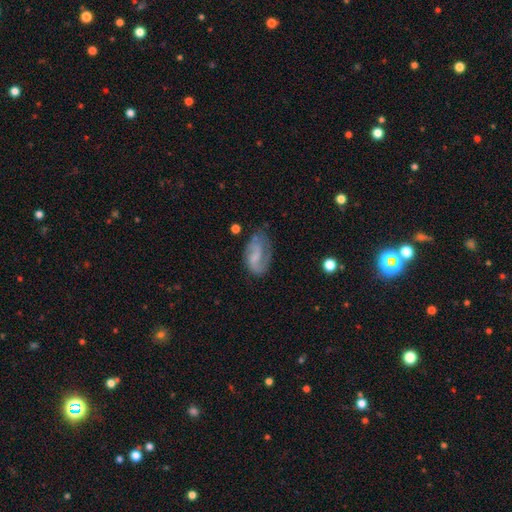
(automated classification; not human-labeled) Overall: featured or disk (63%; smooth 29%). Edge-on disk: no (96%). Bar: no (46%; weak 42%). Spiral arms: yes (87%). Spiral arm count: 2 (64%). Spiral winding: medium (43%; loose 32%). Bulge size: none (45%; small 31%). Merging: none (56%; minor disturbance 26%).